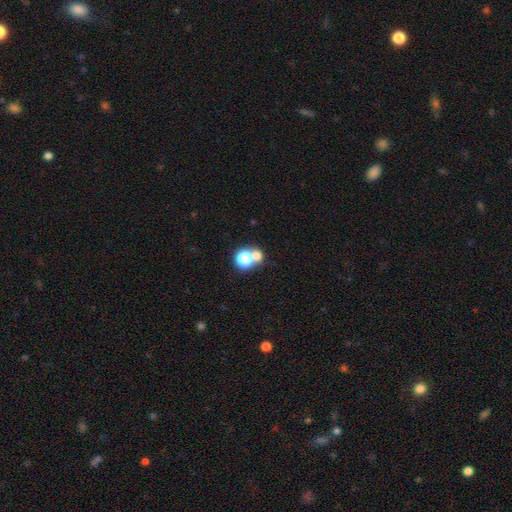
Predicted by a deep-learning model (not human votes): A smooth galaxy with no disk features (65%) that is round (74%).

Vote fractions:
- Smooth or featured? smooth: 65% / star or artifact: 24% / featured or disk: 11%
- How rounded? round: 74% / in between: 25% / cigar-shaped: 1%
- Merging? none: 46% / merger: 43% / minor disturbance: 7% / major disturbance: 4%